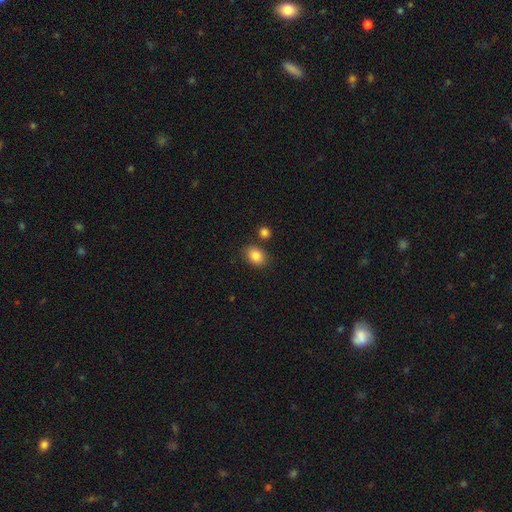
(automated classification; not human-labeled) This appears to be a smooth galaxy with no disk features (85%) that is in between round and cigar-shaped (71%). Merging: none (79%).